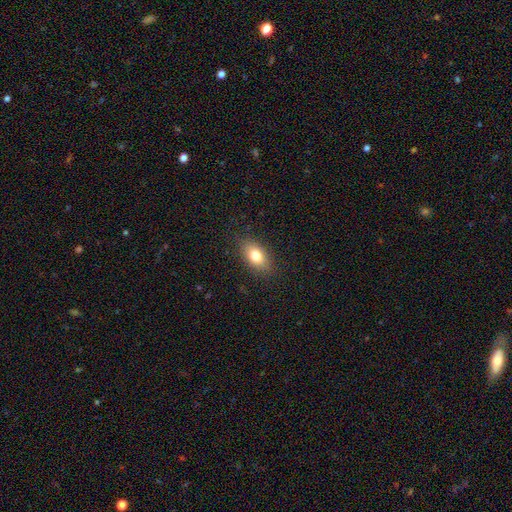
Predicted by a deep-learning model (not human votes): A smooth galaxy with no disk features (77%) that is in between round and cigar-shaped (86%). Merging: none (85%).